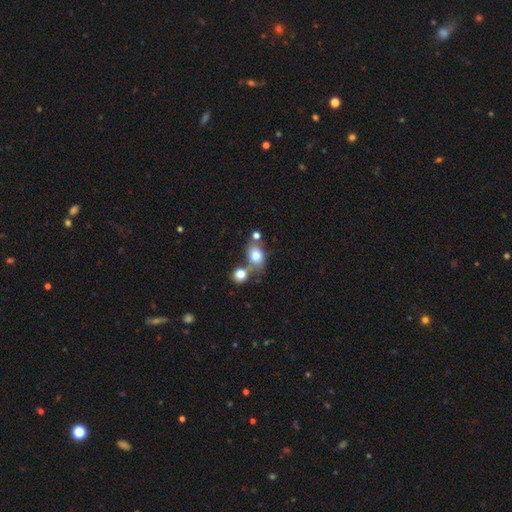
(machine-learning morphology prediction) smooth_or_featured: smooth (p=0.78) [alt: featured or disk p=0.13]
how_rounded: in between (p=0.67) [alt: round p=0.31]
merging: none (p=0.47) [alt: merger p=0.34]